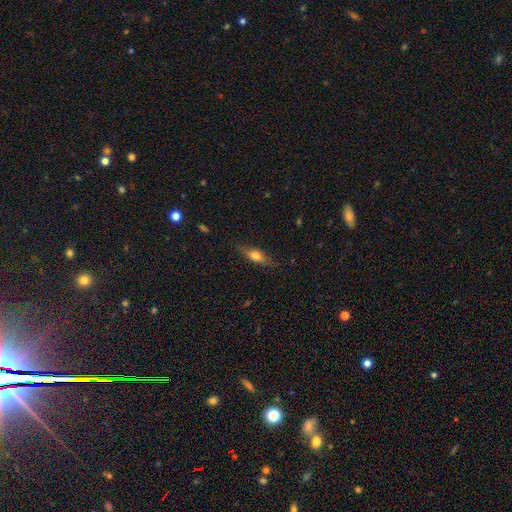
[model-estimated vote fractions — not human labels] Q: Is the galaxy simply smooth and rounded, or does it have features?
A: smooth — 58%.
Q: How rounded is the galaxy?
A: in between — 50%.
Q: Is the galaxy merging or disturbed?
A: none — 79%.